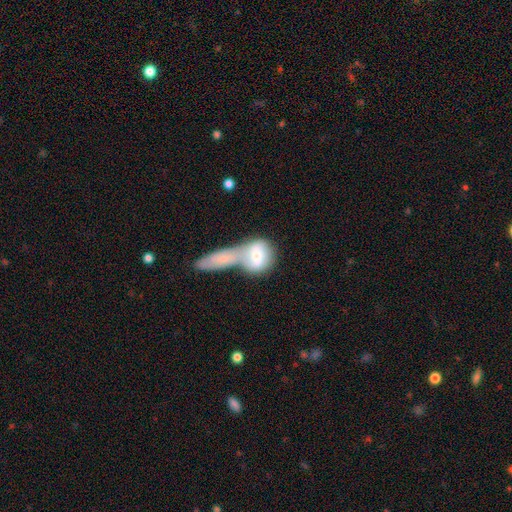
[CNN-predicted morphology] A smooth galaxy with no disk features (65%) that is round (48%). Merging: merger (66%).